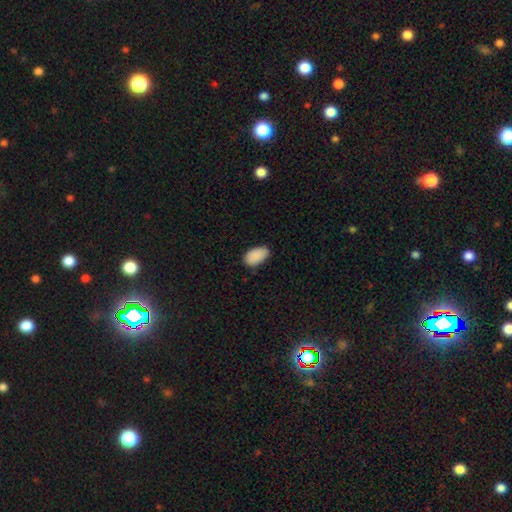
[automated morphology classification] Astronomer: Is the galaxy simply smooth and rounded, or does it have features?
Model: smooth — 90%.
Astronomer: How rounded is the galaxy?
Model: in between — 95%.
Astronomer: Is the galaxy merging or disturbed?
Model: none — 80%.